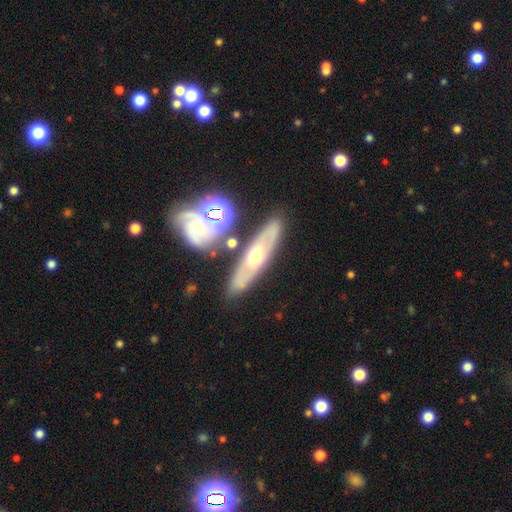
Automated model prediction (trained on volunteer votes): This appears to be a featured or disk galaxy (67%). Merging: none (77%).